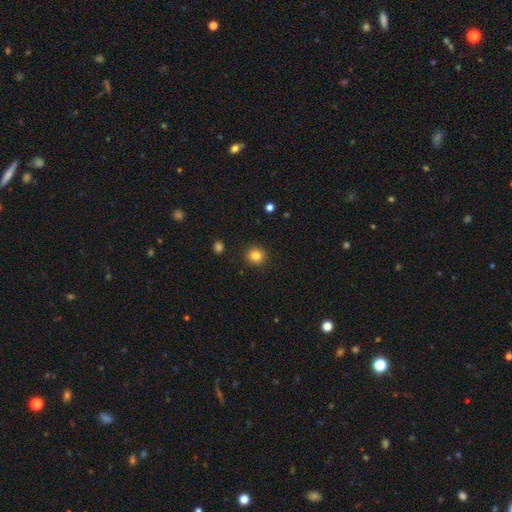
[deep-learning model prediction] Smooth or featured?
  - smooth: 84% *
  - star or artifact: 11%
  - featured or disk: 5%
How rounded?
  - round: 91% *
  - in between: 9%
  - cigar-shaped: 1%
Merging?
  - none: 91% *
  - minor disturbance: 6%
  - major disturbance: 2%
  - merger: 1%